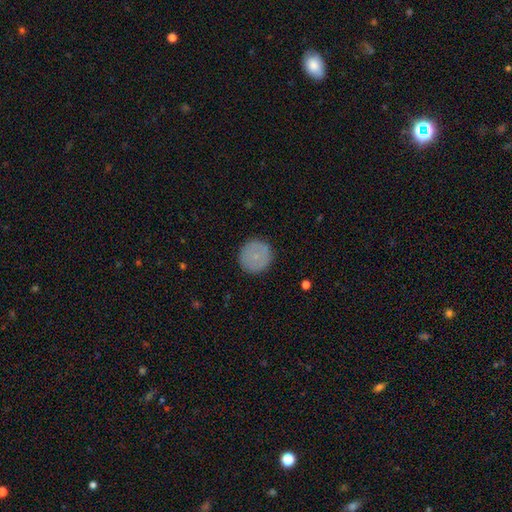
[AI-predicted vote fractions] This is likely a smooth galaxy (77%). How rounded: clearly round (95%). Merging: clearly none (90%).